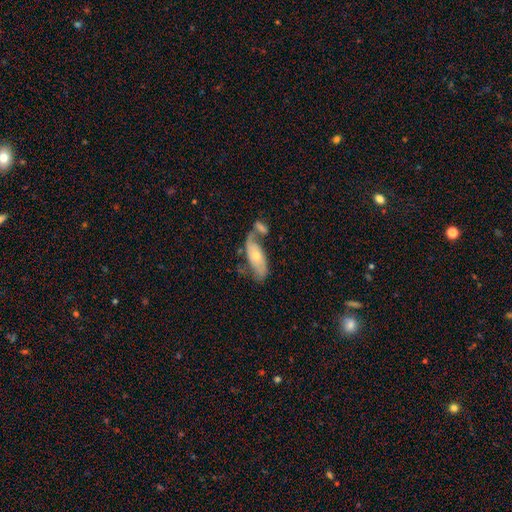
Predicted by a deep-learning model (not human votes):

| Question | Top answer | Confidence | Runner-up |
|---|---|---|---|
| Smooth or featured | featured or disk | 50% | smooth (44%) |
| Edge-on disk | no | 86% | yes (14%) |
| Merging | none | 35% | merger (34%) |